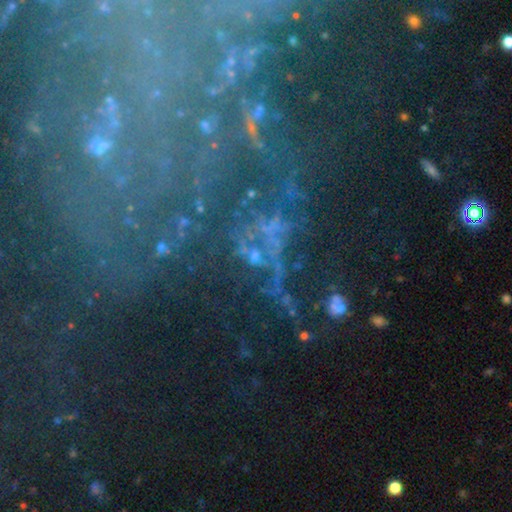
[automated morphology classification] star or artifact 54%, featured or disk 31%, smooth 15%.